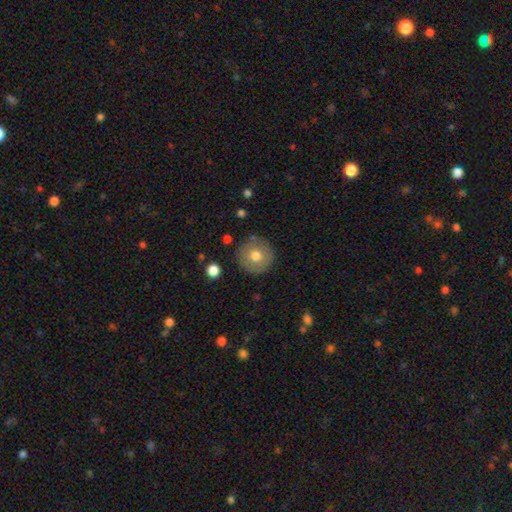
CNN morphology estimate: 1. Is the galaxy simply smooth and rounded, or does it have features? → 71% smooth, 20% featured or disk, 8% star or artifact.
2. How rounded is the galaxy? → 96% round, 3% in between, 1% cigar-shaped.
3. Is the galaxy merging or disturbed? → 88% none, 8% minor disturbance, 2% major disturbance, 2% merger.